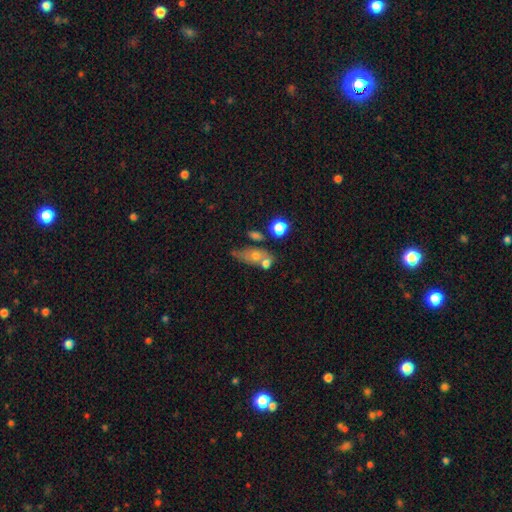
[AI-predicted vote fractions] smooth-or-featured: smooth: 57% | featured or disk: 30% | star or artifact: 13%
  how-rounded: in between: 66% | round: 19% | cigar-shaped: 15%
  merging: none: 42% | merger: 31% | minor disturbance: 18% | major disturbance: 10%